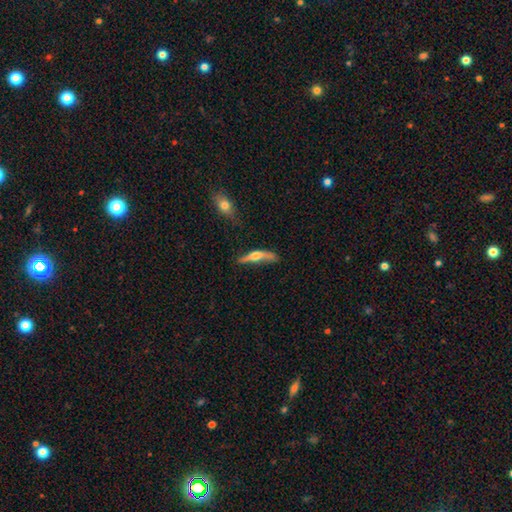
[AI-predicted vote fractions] A featured or disk galaxy (53%) viewed edge-on (83%). Merging: none (52%).